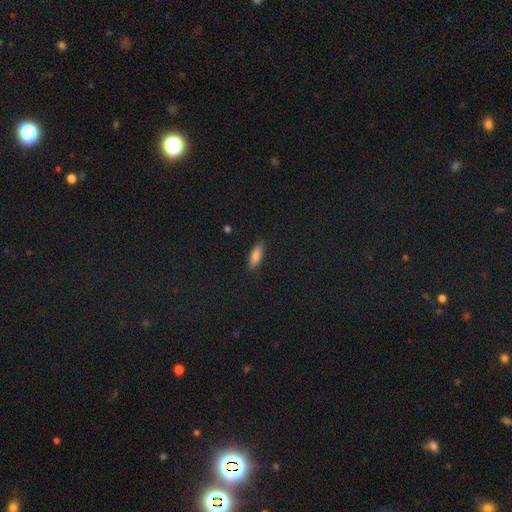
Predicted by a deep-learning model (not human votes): A smooth galaxy with no disk features (81%) that is in between round and cigar-shaped (61%). Merging: none (86%).